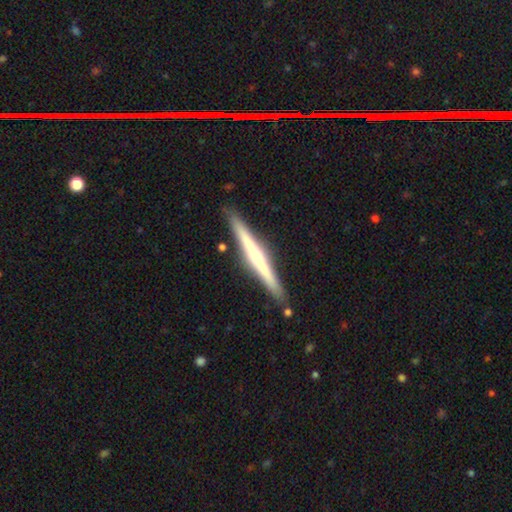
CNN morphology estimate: Overall: featured or disk (63%; smooth 32%). Edge-on disk: yes (98%). Edge-on bulge: none (47%; rounded 42%). Merging: none (88%).